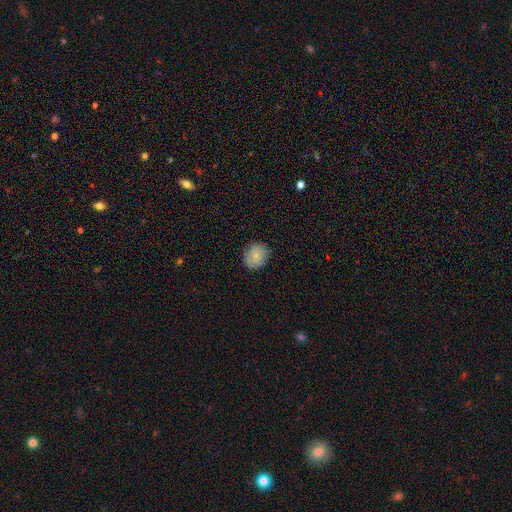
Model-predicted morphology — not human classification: This is clearly a smooth galaxy (82%). How rounded: possibly round (56%). Merging: clearly none (82%).